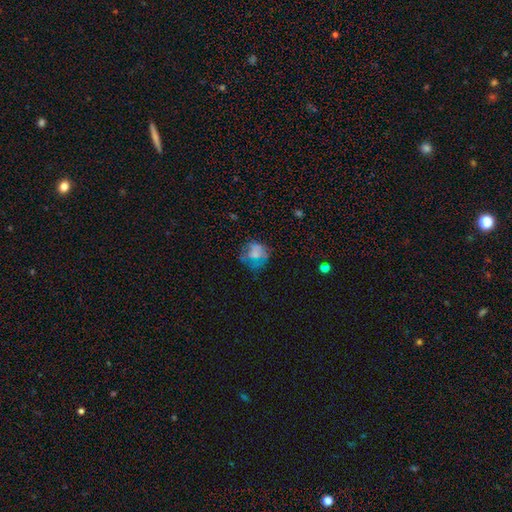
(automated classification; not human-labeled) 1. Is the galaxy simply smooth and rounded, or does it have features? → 58% smooth, 28% featured or disk, 14% star or artifact.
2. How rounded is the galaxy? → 74% round, 25% in between, 1% cigar-shaped.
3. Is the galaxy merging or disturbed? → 52% none, 24% minor disturbance, 21% major disturbance, 4% merger.